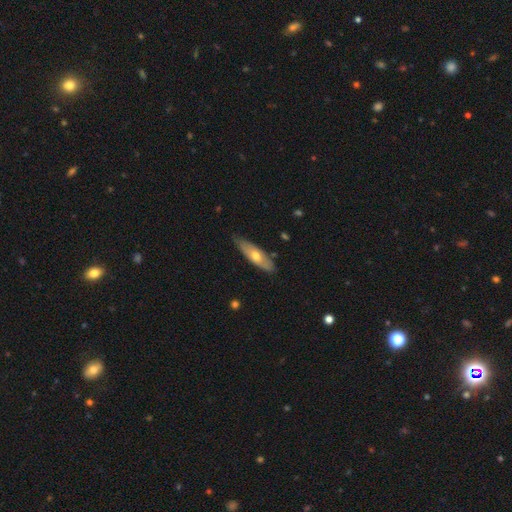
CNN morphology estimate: type=smooth (51%); roundness=in between (51%); merging=none (73%).